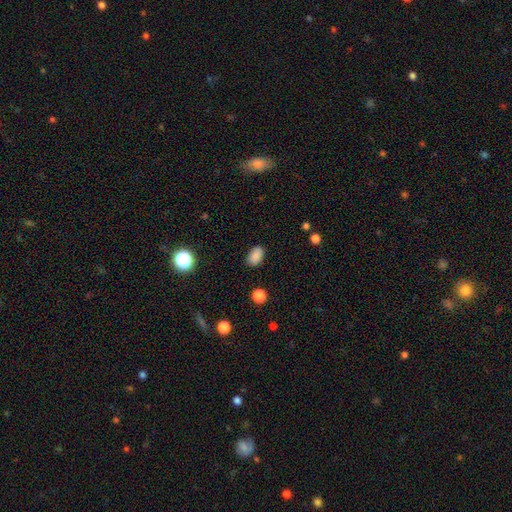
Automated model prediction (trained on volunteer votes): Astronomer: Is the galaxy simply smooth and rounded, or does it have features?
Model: smooth — 86%.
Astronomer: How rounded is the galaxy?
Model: in between — 89%.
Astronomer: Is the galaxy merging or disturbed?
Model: none — 86%.